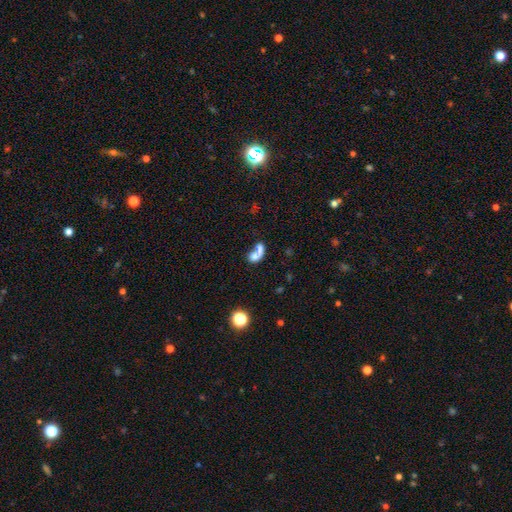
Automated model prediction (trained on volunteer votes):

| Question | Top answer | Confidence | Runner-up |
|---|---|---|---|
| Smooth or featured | smooth | 68% | featured or disk (20%) |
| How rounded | in between | 69% | round (26%) |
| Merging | merger | 62% | none (19%) |